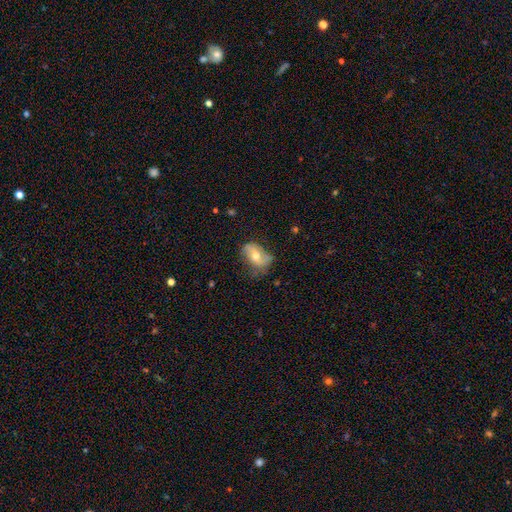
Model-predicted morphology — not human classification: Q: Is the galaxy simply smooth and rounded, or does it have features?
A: smooth — 48%.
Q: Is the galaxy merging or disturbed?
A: none — 53%.